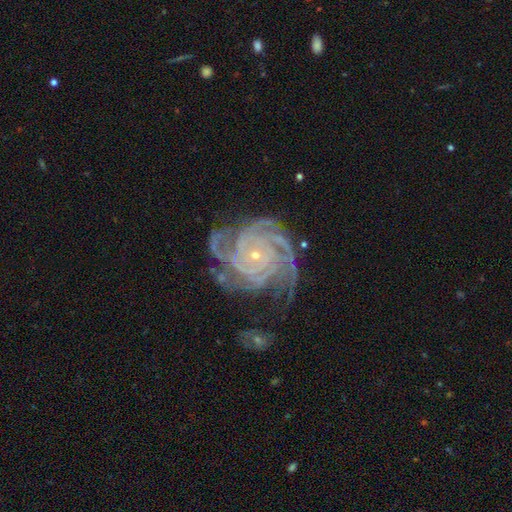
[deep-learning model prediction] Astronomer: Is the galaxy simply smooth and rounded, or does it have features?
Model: featured or disk — 91%.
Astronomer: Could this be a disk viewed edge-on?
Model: no — 98%.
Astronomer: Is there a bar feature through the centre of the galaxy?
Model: no — 75%.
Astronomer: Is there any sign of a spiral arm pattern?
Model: yes — 99%.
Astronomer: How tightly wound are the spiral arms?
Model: tight — 78%.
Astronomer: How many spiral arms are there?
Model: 4 — 39% (runner-up: more than 4, 18%).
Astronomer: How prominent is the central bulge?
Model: small — 85%.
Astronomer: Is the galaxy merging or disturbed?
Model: none — 64%.